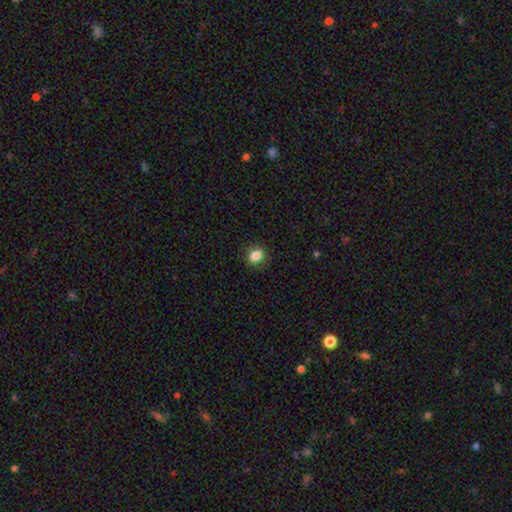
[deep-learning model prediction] This is clearly a smooth galaxy (84%). How rounded: possibly round (59%). Merging: clearly none (86%).